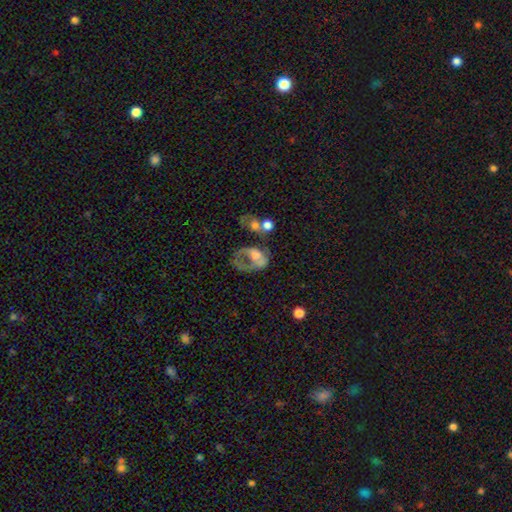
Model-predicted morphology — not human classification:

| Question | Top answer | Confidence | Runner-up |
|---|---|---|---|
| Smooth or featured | featured or disk | 51% | smooth (37%) |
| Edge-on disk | no | 96% | yes (4%) |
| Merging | major disturbance | 39% | merger (24%) |